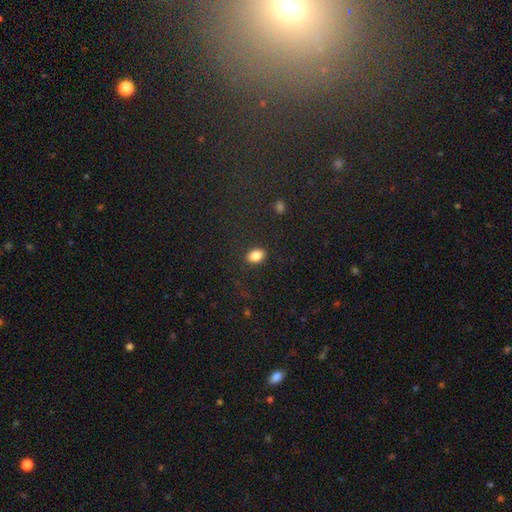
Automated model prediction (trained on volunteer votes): smooth-or-featured: smooth: 86% | star or artifact: 9% | featured or disk: 5%
  how-rounded: in between: 82% | round: 16% | cigar-shaped: 1%
  merging: none: 86% | minor disturbance: 9% | major disturbance: 3% | merger: 1%